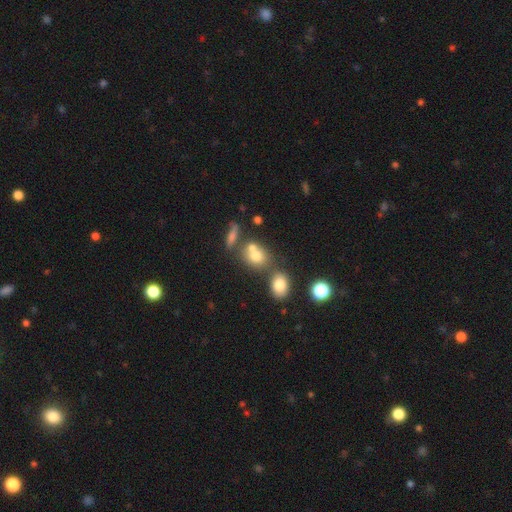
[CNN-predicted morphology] Overall: smooth (71%). How rounded: round (59%; in between 39%). Merging: none (42%, tied with merger).